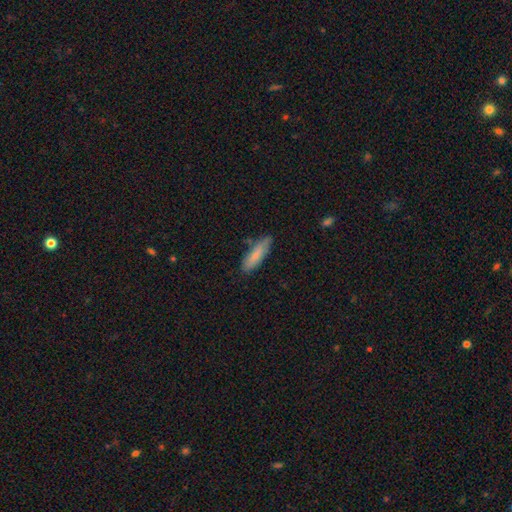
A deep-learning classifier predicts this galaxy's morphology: smooth 77%, featured or disk 17%, star or artifact 6%. Down the decision tree: how rounded — cigar-shaped (59%); merging — none (74%).